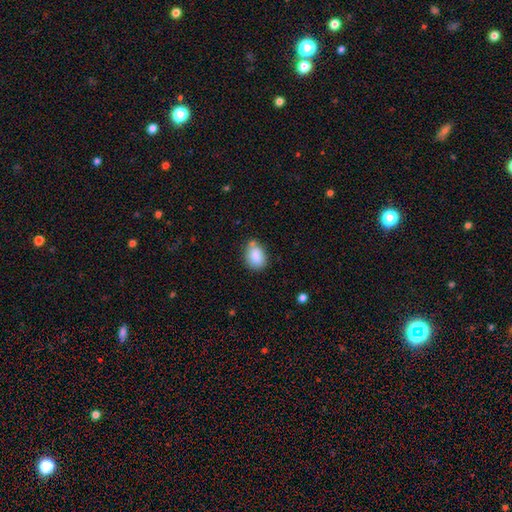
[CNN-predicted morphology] Smooth or featured: smooth — 86% (star or artifact — 8%)
How rounded: in between — 77% (round — 22%)
Merging: none — 64% (minor disturbance — 23%)